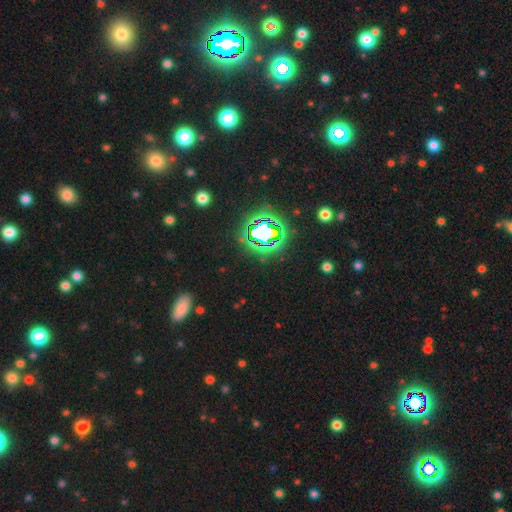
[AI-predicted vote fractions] smooth_or_featured: star or artifact (p=0.75) [alt: smooth p=0.17]